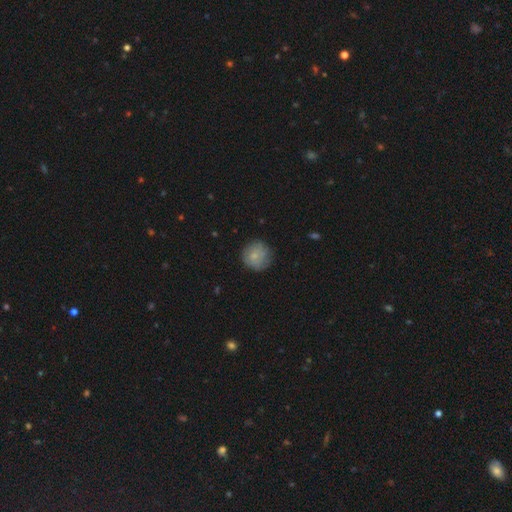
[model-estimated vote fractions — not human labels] Smooth or featured? Predicted: smooth (p=0.67). How rounded? Predicted: round (p=0.90). Merging? Predicted: none (p=0.73).